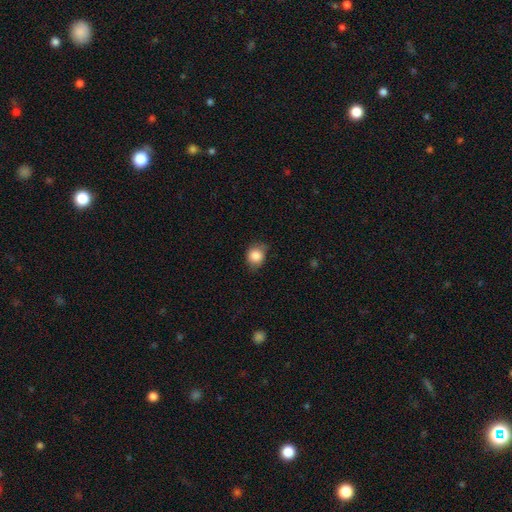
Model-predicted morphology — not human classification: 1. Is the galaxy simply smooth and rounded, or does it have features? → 85% smooth, 9% star or artifact, 6% featured or disk.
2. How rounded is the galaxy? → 68% round, 31% in between, 1% cigar-shaped.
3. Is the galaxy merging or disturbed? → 67% none, 26% minor disturbance, 6% major disturbance, 1% merger.